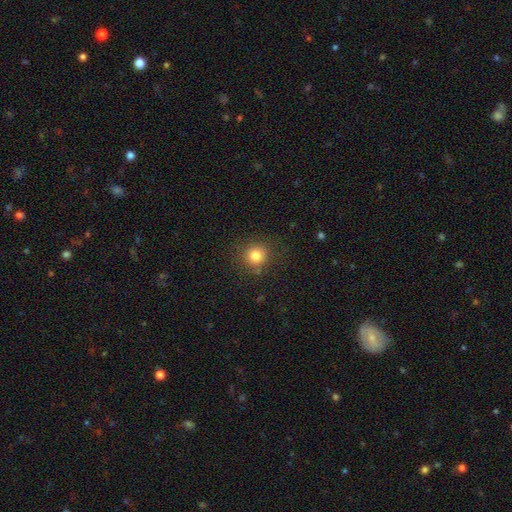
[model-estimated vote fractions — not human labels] Morphology: type=smooth (80%); roundness=round (92%); merging=none (86%).